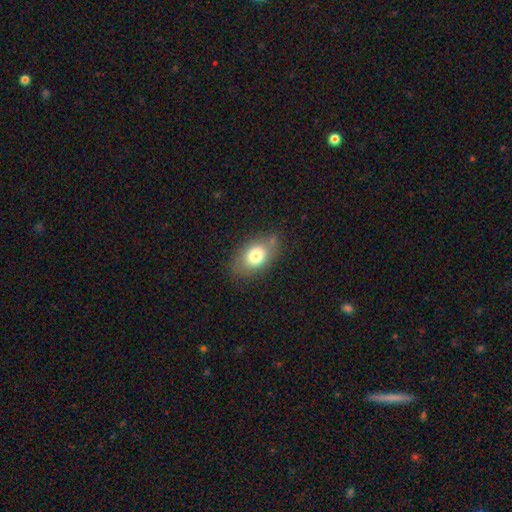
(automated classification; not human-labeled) Smooth or featured?
  - smooth: 75% *
  - featured or disk: 16%
  - star or artifact: 9%
How rounded?
  - in between: 80% *
  - round: 18%
  - cigar-shaped: 2%
Merging?
  - none: 72% *
  - minor disturbance: 20%
  - major disturbance: 6%
  - merger: 3%